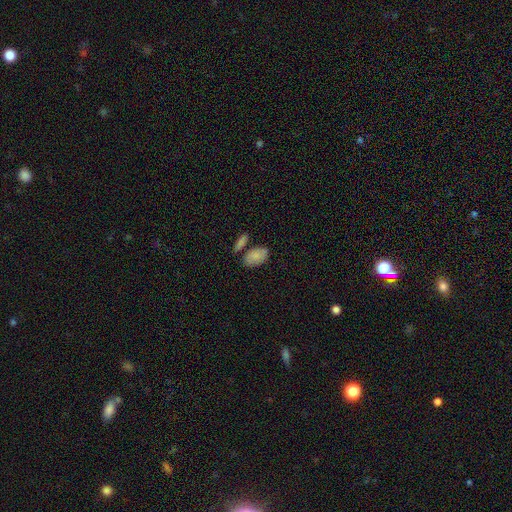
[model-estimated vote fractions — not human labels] This appears to be a smooth galaxy with no disk features (85%) that is in between round and cigar-shaped (92%). Merging: none (65%).